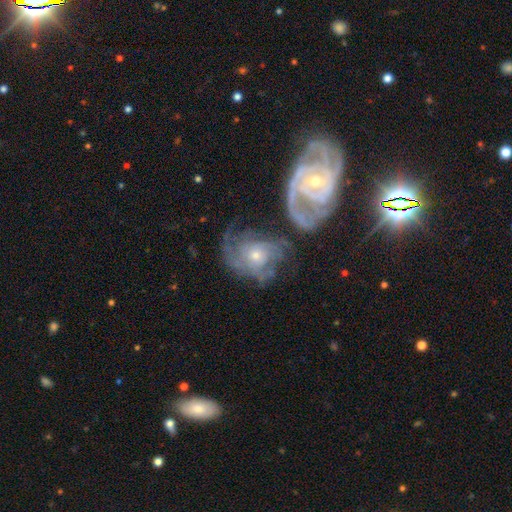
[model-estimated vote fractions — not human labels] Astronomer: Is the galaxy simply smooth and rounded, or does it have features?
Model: featured or disk — 80%.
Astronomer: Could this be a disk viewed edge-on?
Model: no — 96%.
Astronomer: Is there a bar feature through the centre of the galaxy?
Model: no — 75%.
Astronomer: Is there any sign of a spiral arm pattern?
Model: yes — 90%.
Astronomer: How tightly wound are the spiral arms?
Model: tight — 50% (runner-up: medium, 36%).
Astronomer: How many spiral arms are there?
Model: can't tell — 35% (runner-up: 3, 25%).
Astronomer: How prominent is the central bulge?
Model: small — 55% (runner-up: moderate, 39%).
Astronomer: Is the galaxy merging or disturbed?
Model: none — 34% (runner-up: merger, 29%).